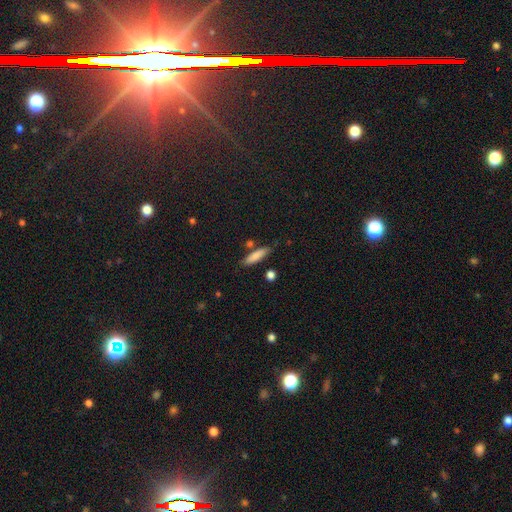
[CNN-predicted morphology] Smooth or featured? Predicted: smooth (p=0.81). How rounded? Predicted: cigar-shaped (p=0.71). Merging? Predicted: none (p=0.78).